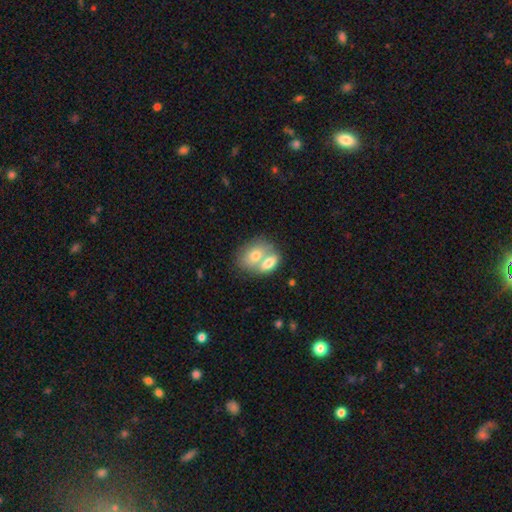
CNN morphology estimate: Smooth or featured?
  - smooth: 70% *
  - featured or disk: 23%
  - star or artifact: 7%
How rounded?
  - in between: 73% *
  - round: 25%
  - cigar-shaped: 2%
Merging?
  - merger: 68% *
  - none: 22%
  - minor disturbance: 7%
  - major disturbance: 3%